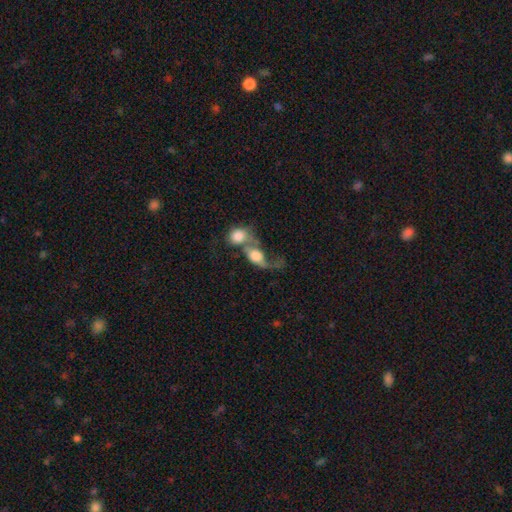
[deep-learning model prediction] smooth_or_featured: featured or disk (p=0.46) [alt: smooth p=0.45]
merging: merger (p=0.72) [alt: major disturbance p=0.13]